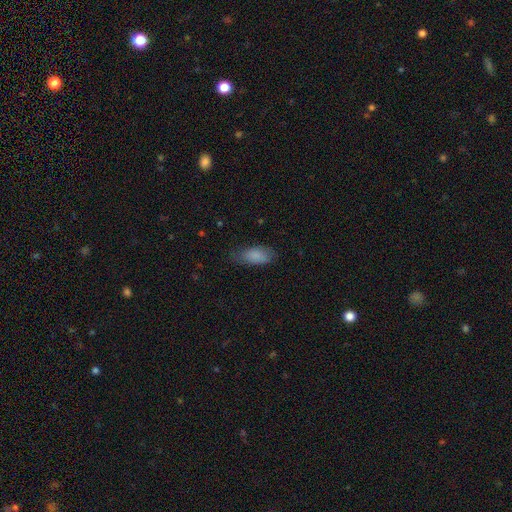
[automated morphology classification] This is clearly a smooth galaxy (86%). How rounded: clearly in between (89%). Merging: likely none (67%).